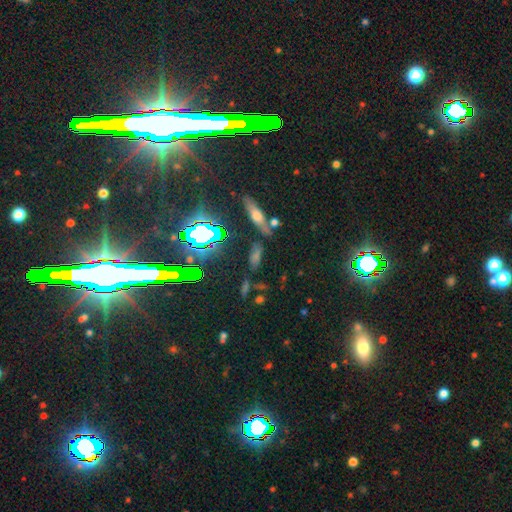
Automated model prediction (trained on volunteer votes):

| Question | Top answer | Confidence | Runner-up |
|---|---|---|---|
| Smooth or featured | star or artifact | 45% | smooth (32%) |